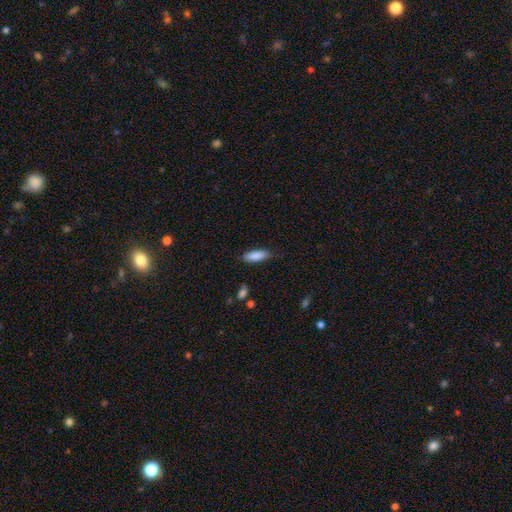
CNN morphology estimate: Overall: smooth (88%). How rounded: in between (67%; cigar-shaped 32%). Merging: none (79%).